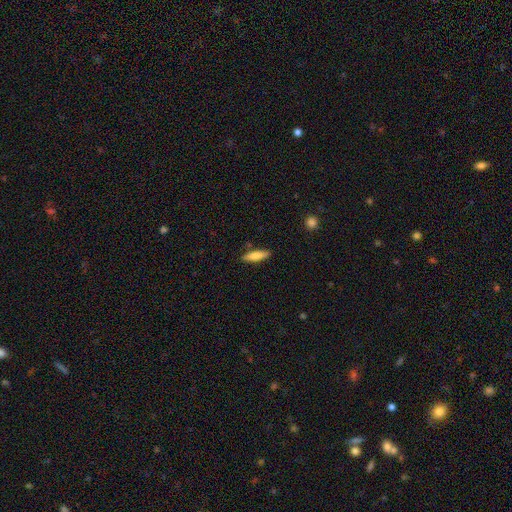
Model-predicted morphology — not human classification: Smooth or featured: smooth — 79% (featured or disk — 15%)
How rounded: cigar-shaped — 62% (in between — 36%)
Merging: none — 86% (minor disturbance — 10%)